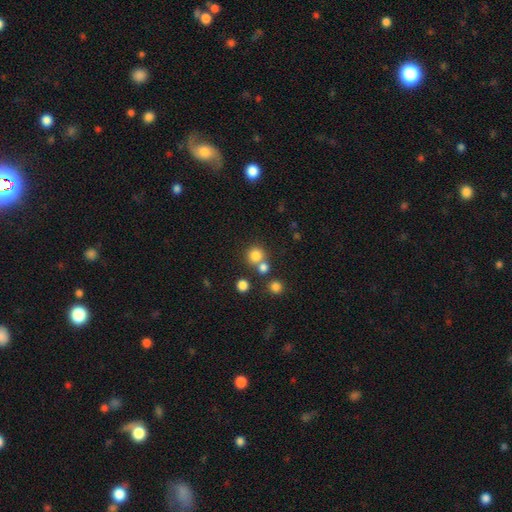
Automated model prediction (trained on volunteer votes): A smooth galaxy with no disk features (79%) that is round (90%). Merging: none (62%).